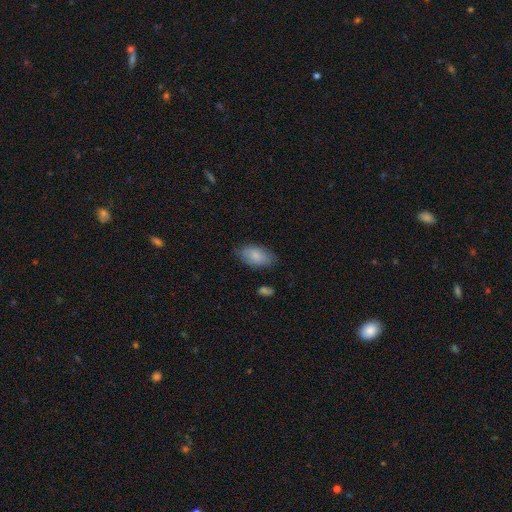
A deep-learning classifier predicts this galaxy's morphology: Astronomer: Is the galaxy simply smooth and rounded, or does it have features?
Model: smooth — 83%.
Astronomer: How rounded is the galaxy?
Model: in between — 94%.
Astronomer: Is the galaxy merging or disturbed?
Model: none — 77%.